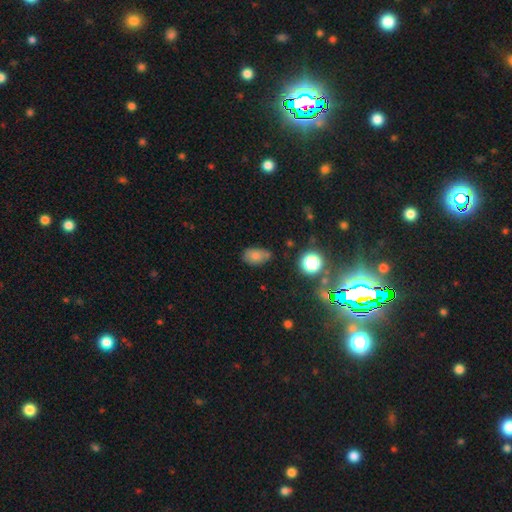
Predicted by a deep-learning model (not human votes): A smooth galaxy with no disk features (76%) that is in between round and cigar-shaped (86%).

Vote fractions:
- Smooth or featured? smooth: 76% / star or artifact: 13% / featured or disk: 11%
- How rounded? in between: 86% / round: 12% / cigar-shaped: 2%
- Merging? none: 61% / minor disturbance: 27% / merger: 6% / major disturbance: 6%